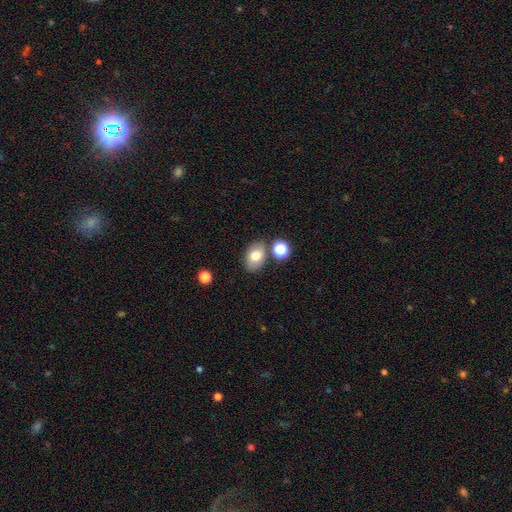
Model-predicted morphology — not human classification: Smooth or featured: smooth — 76% (featured or disk — 15%)
How rounded: in between — 79% (round — 19%)
Merging: none — 75% (minor disturbance — 13%)